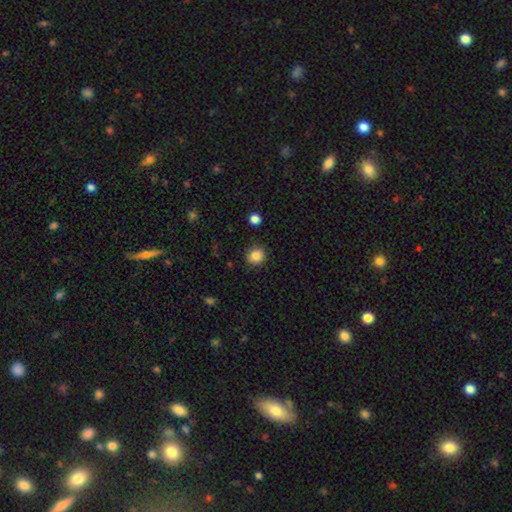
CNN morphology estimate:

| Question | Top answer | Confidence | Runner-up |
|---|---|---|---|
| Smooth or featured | smooth | 85% | star or artifact (10%) |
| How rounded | round | 84% | in between (15%) |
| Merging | none | 85% | minor disturbance (10%) |